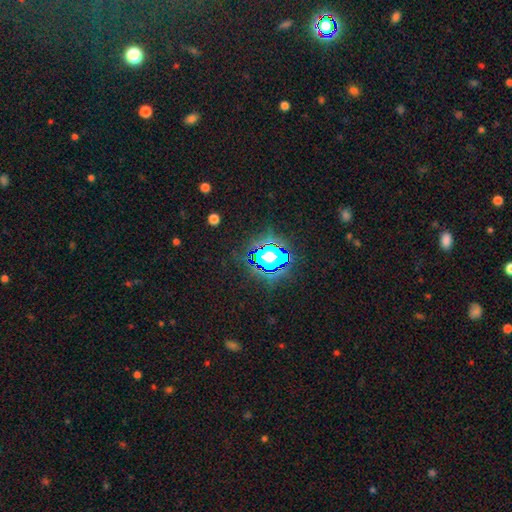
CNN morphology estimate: Smooth or featured: star or artifact — 72% (smooth — 18%)